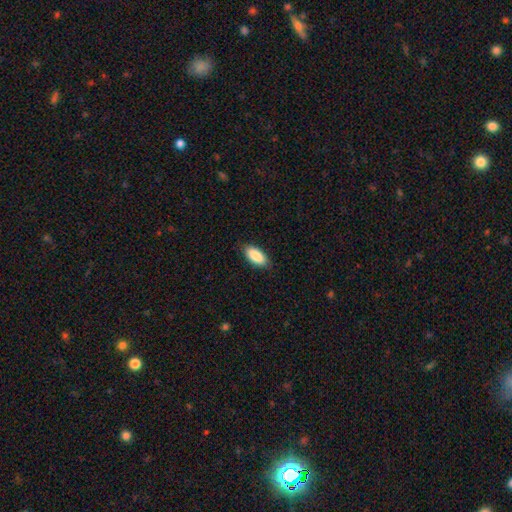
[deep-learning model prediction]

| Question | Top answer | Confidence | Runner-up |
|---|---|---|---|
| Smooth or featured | smooth | 89% | star or artifact (6%) |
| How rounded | in between | 90% | cigar-shaped (8%) |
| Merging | none | 86% | minor disturbance (11%) |